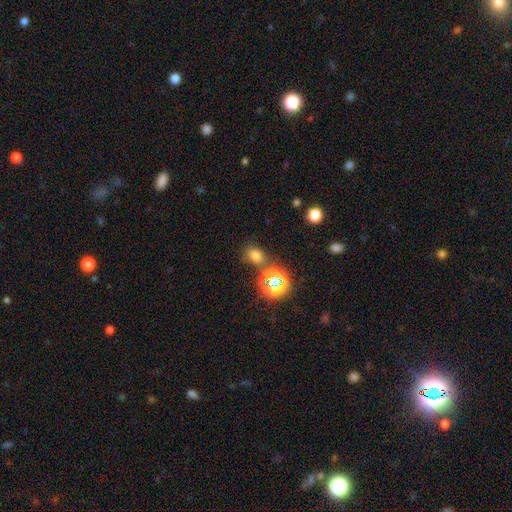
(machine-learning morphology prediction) smooth_or_featured: smooth (p=0.68) [alt: star or artifact p=0.25]
how_rounded: round (p=0.56) [alt: in between p=0.43]
merging: none (p=0.74) [alt: minor disturbance p=0.12]